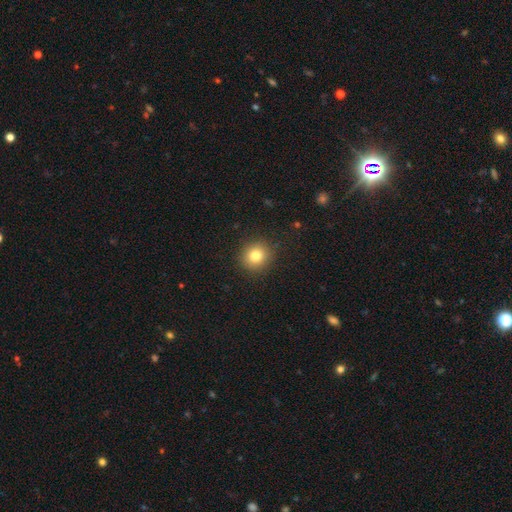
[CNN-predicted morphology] Smooth or featured? Predicted: smooth (p=0.81). How rounded? Predicted: round (p=0.88). Merging? Predicted: none (p=0.90).